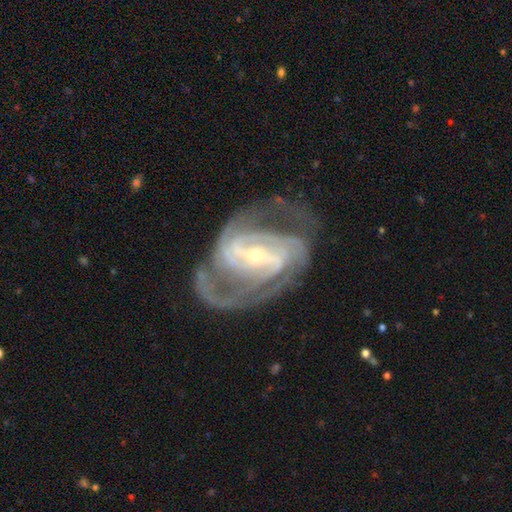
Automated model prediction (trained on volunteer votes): Smooth or featured?
  - featured or disk: 91% *
  - star or artifact: 5%
  - smooth: 4%
Edge-on disk?
  - no: 97% *
  - yes: 3%
Bar?
  - strong: 52% *
  - weak: 34%
  - no: 14%
Spiral arms?
  - yes: 98% *
  - no: 2%
Spiral winding?
  - medium: 49% *
  - tight: 39%
  - loose: 12%
Spiral arm count?
  - 2: 45% *
  - 3: 23%
  - can't tell: 12%
  - 4: 10%
  - 1: 5%
  - more than 4: 5%
Bulge size?
  - small: 73% *
  - moderate: 23%
  - large: 2%
  - none: 1%
  - dominant: 1%
Merging?
  - none: 61% *
  - major disturbance: 19%
  - minor disturbance: 18%
  - merger: 2%